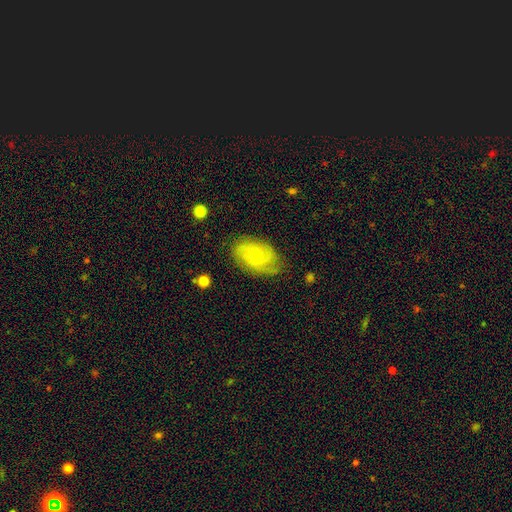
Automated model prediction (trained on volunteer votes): smooth-or-featured: featured or disk: 62% | smooth: 31% | star or artifact: 7%
  disk-edge-on: no: 96% | yes: 4%
    bar: no: 76% | weak: 21% | strong: 3%
    has-spiral-arms: yes: 88% | no: 12%
      spiral-winding: tight: 47% | medium: 39% | loose: 13%
      spiral-arm-count: 2: 40% | can't tell: 28% | 3: 19% | 4: 5% | 1: 5% | more than 4: 3%
    bulge-size: small: 64% | moderate: 32% | none: 2% | large: 1% | dominant: 1%
  merging: none: 71% | minor disturbance: 21% | major disturbance: 6% | merger: 1%